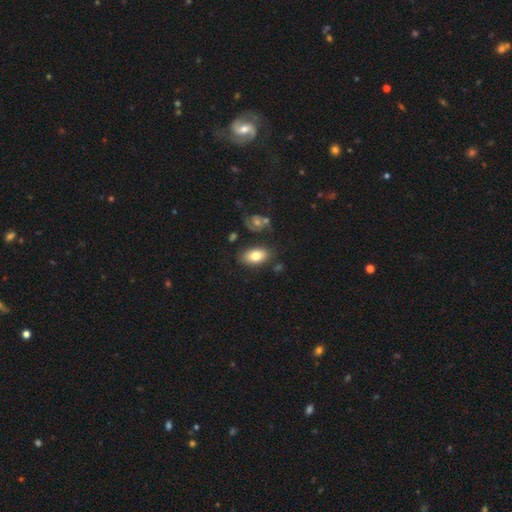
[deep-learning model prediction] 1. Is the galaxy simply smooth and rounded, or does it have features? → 76% smooth, 17% featured or disk, 7% star or artifact.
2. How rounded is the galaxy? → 91% in between, 6% round, 2% cigar-shaped.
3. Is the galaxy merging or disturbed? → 74% none, 15% minor disturbance, 6% merger, 5% major disturbance.